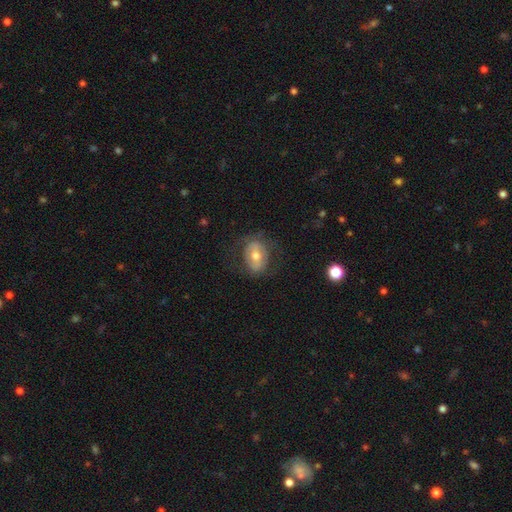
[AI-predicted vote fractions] Morphology: type=featured or disk (48%); merging=none (67%).